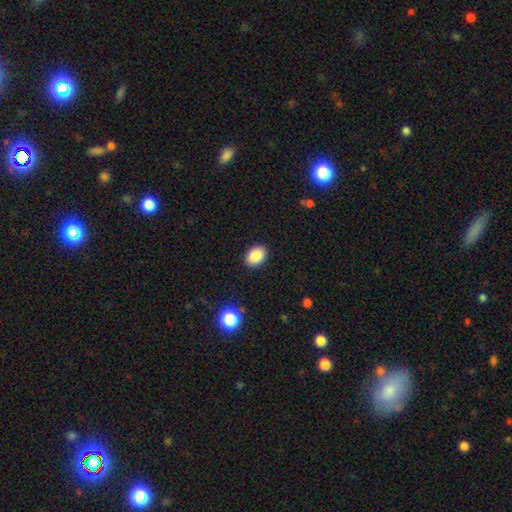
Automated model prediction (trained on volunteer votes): smooth-or-featured: smooth: 87% | star or artifact: 9% | featured or disk: 5%
  how-rounded: in between: 75% | round: 24% | cigar-shaped: 1%
  merging: none: 89% | minor disturbance: 7% | major disturbance: 2% | merger: 1%